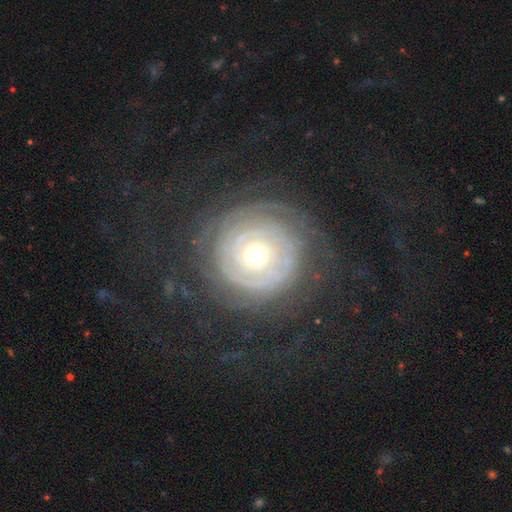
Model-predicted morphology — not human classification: Smooth or featured: featured or disk — 81% (smooth — 10%)
Edge-on disk: no — 97% (yes — 3%)
Bar: no — 82% (weak — 12%)
Spiral arms: yes — 90% (no — 10%)
Spiral winding: tight — 85% (medium — 10%)
Spiral arm count: can't tell — 38% (2 — 20%)
Bulge size: moderate — 64% (small — 29%)
Merging: none — 75% (minor disturbance — 12%)